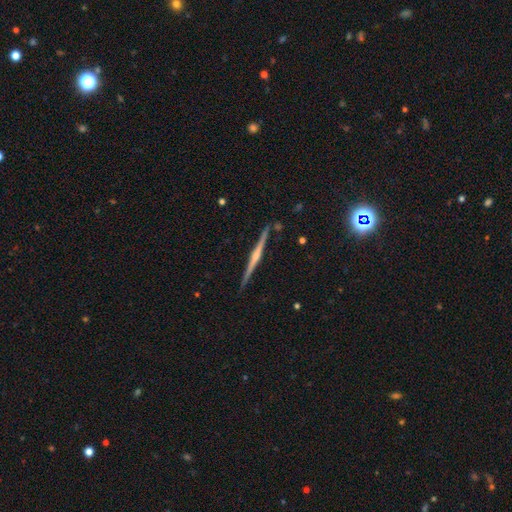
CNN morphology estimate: Smooth or featured? featured or disk (77%)
Edge-on disk? yes (97%)
Edge-on bulge? rounded (71%)
Merging? none (87%)